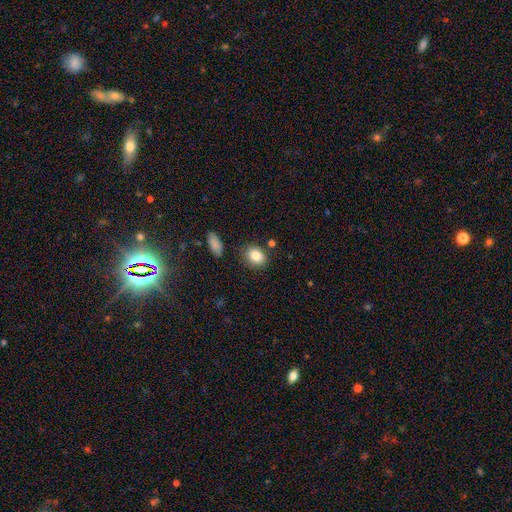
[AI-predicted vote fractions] Smooth or featured? Predicted: smooth (p=0.85). How rounded? Predicted: in between (p=0.58). Merging? Predicted: none (p=0.80).